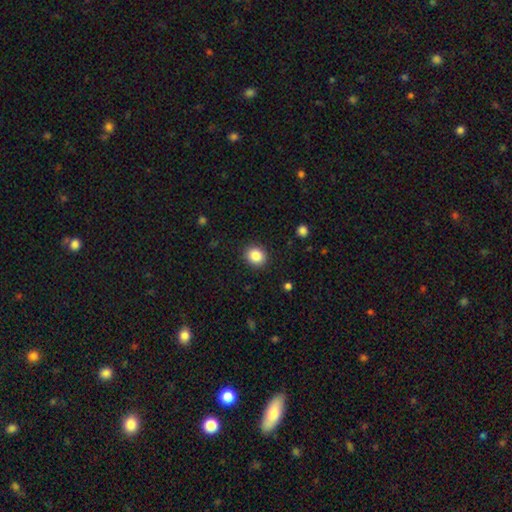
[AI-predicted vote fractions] Smooth or featured? Predicted: smooth (p=0.86). How rounded? Predicted: round (p=0.69). Merging? Predicted: none (p=0.90).